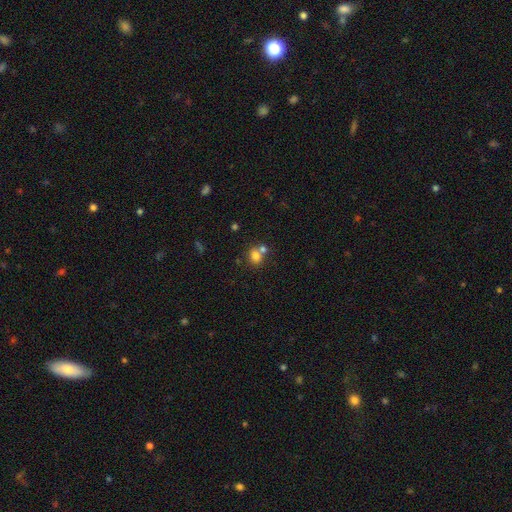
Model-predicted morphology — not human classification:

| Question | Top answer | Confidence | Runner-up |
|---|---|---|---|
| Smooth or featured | smooth | 77% | star or artifact (13%) |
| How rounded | round | 69% | in between (30%) |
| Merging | none | 48% | merger (40%) |